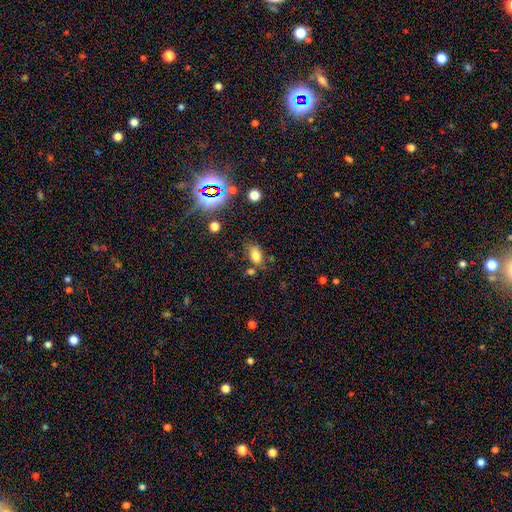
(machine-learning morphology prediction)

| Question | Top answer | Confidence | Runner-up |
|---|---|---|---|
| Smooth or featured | smooth | 74% | star or artifact (14%) |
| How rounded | in between | 82% | round (16%) |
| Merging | none | 63% | minor disturbance (21%) |